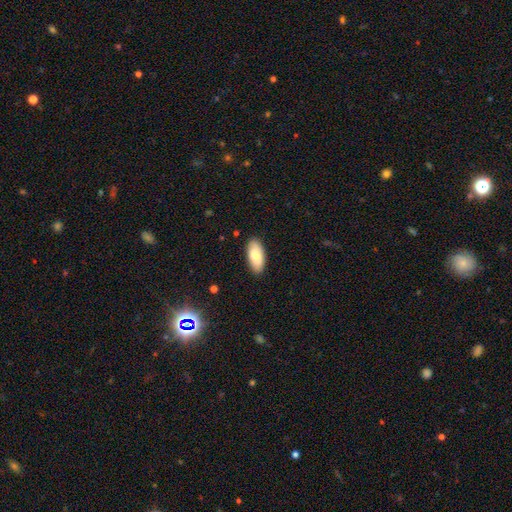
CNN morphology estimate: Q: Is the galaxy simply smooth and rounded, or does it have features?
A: smooth — 80%.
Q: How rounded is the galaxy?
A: in between — 89%.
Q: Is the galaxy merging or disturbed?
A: none — 88%.